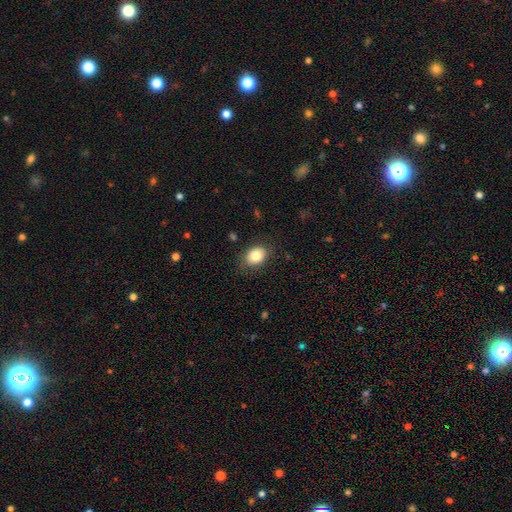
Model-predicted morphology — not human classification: A smooth galaxy with no disk features (82%) that is in between round and cigar-shaped (64%). Merging: none (82%).